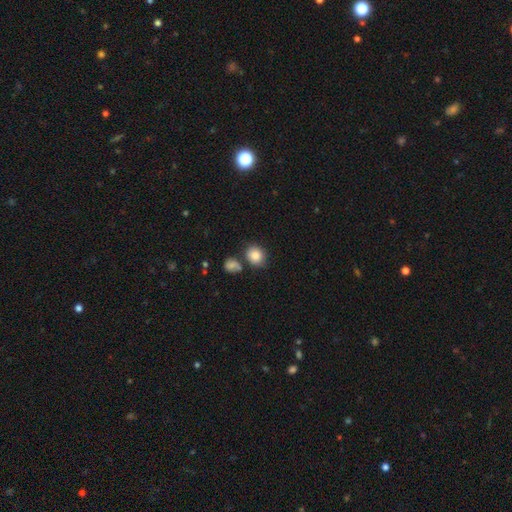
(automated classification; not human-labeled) This appears to be a smooth galaxy with no disk features (84%) that is round (69%). Merging: none (69%).